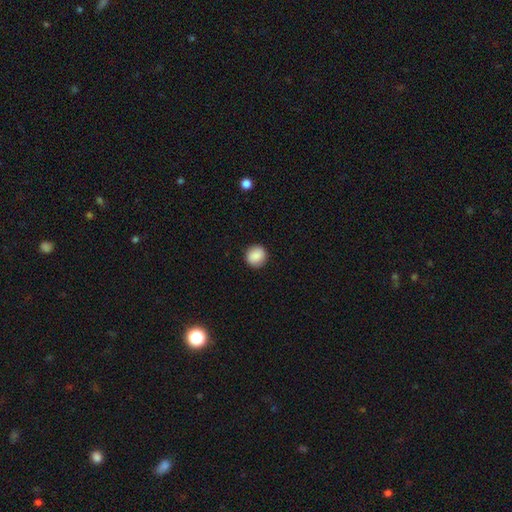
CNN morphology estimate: Overall: smooth (88%). How rounded: round (92%). Merging: none (91%).